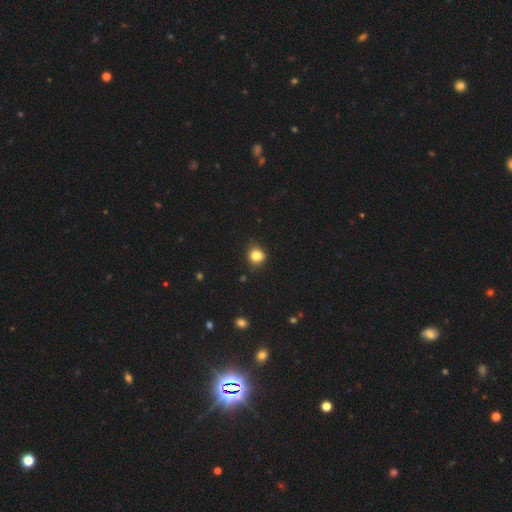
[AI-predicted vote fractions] A smooth galaxy with no disk features (83%) that is round (71%). Merging: none (73%).